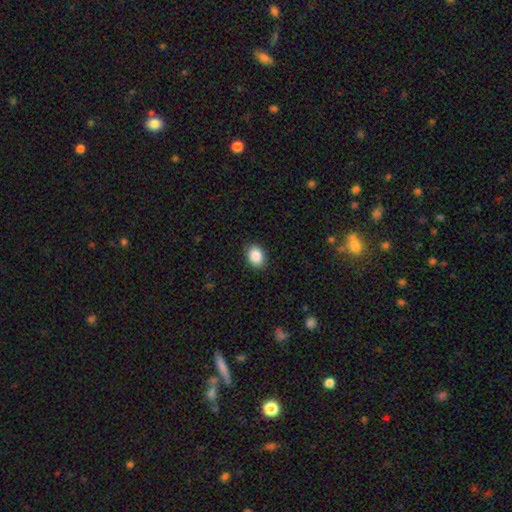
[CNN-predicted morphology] Overall: smooth (88%). How rounded: in between (72%). Merging: none (89%).